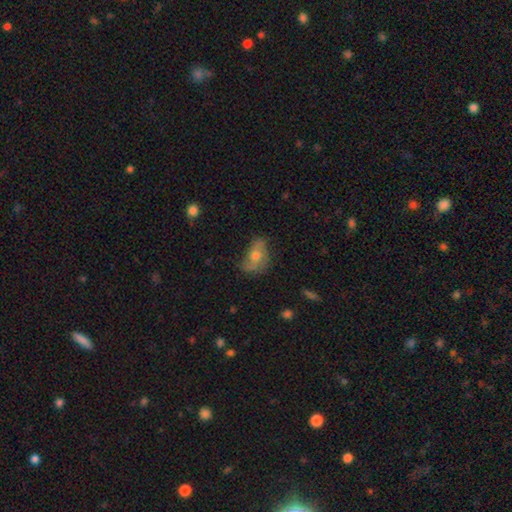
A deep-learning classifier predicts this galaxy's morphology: Overall: featured or disk (45%, tied with smooth). Merging: none (46%; minor disturbance 33%).